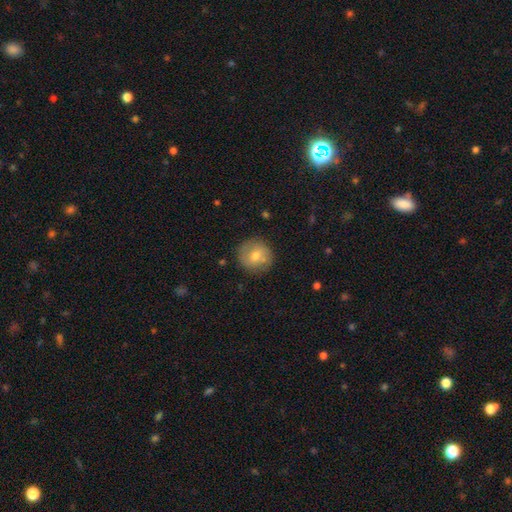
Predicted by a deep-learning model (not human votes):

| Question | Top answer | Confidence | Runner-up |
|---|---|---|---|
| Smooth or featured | smooth | 67% | featured or disk (25%) |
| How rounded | round | 92% | in between (7%) |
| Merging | none | 79% | minor disturbance (13%) |